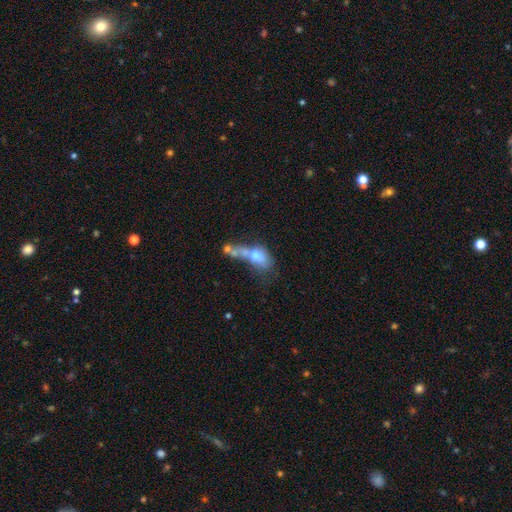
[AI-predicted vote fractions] Smooth or featured?
  - smooth: 54% *
  - featured or disk: 34%
  - star or artifact: 12%
How rounded?
  - in between: 66% *
  - round: 20%
  - cigar-shaped: 14%
Merging?
  - merger: 53% *
  - major disturbance: 21%
  - none: 15%
  - minor disturbance: 11%